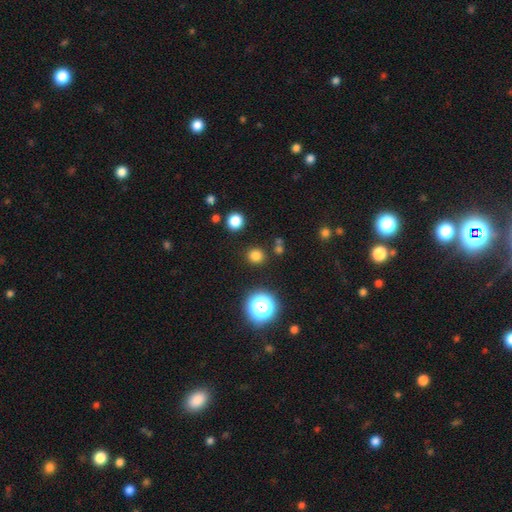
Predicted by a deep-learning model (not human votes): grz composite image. It shows a smooth galaxy with no disk features (78%) that is round (88%). Merging: none (88%).